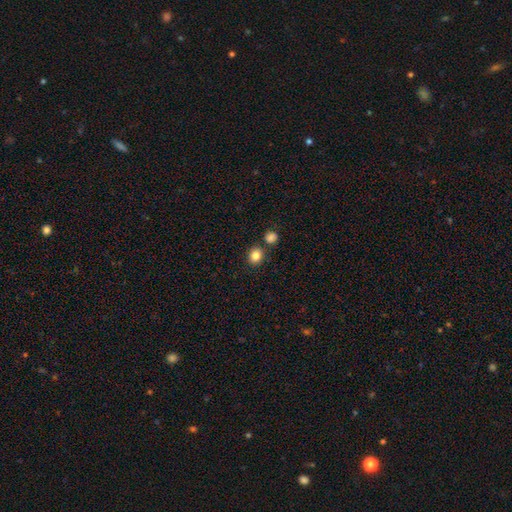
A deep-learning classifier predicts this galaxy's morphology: The model was most divided on "how rounded": round: 75%, in between: 24%, cigar-shaped: 1%. More confident: smooth or featured — smooth (83%); merging — none (81%).